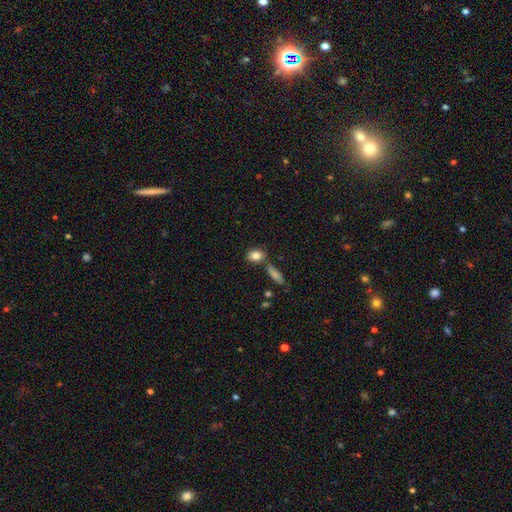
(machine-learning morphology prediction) smooth-or-featured: smooth: 84% | star or artifact: 8% | featured or disk: 8%
  how-rounded: in between: 66% | round: 29% | cigar-shaped: 5%
  merging: none: 68% | merger: 15% | minor disturbance: 13% | major disturbance: 4%